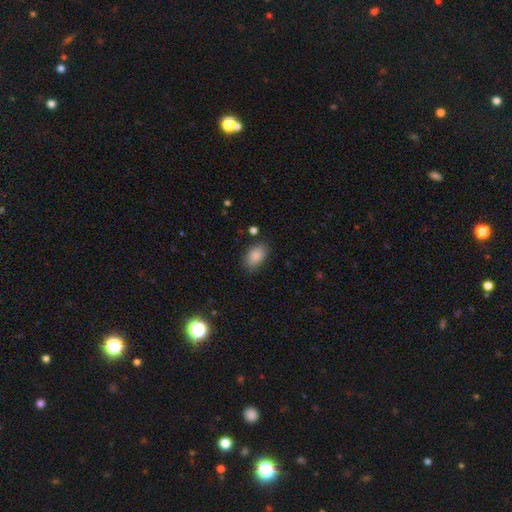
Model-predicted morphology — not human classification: The model was most divided on "merging": none: 82%, minor disturbance: 13%, major disturbance: 3%, merger: 2%. More confident: how rounded — in between (90%); smooth or featured — smooth (88%).